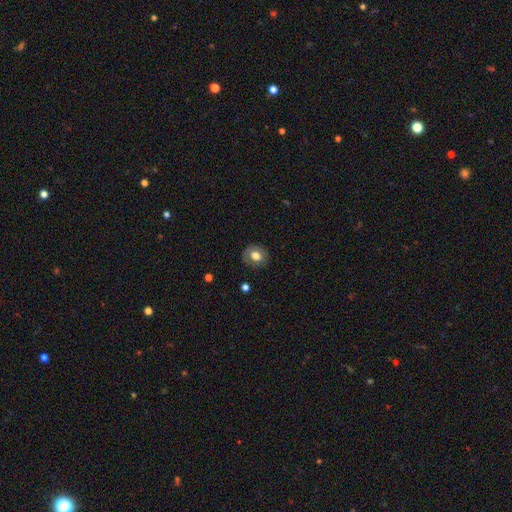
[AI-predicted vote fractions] Smooth or featured?
  - smooth: 68% *
  - featured or disk: 23%
  - star or artifact: 8%
How rounded?
  - round: 68% *
  - in between: 31%
  - cigar-shaped: 1%
Merging?
  - none: 82% *
  - minor disturbance: 13%
  - major disturbance: 4%
  - merger: 1%